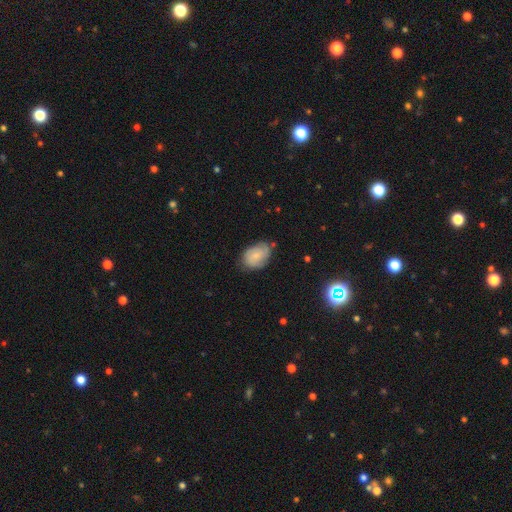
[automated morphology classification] This appears to be a smooth galaxy with no disk features (57%) that is in between round and cigar-shaped (83%). Merging: none (63%).